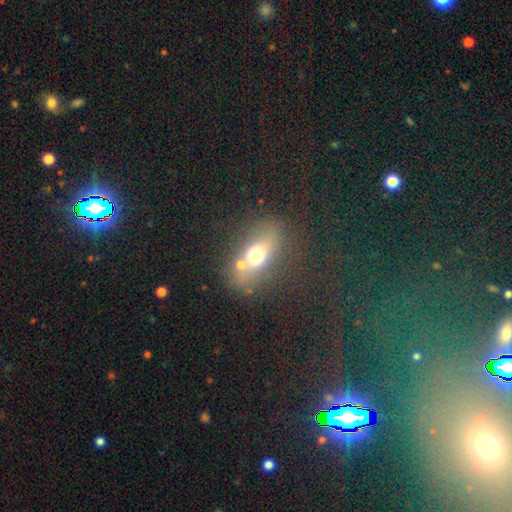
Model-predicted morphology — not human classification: The model was most divided on "smooth or featured": smooth: 57%, featured or disk: 28%, star or artifact: 15%. More confident: how rounded — in between (63%); merging — none (53%).